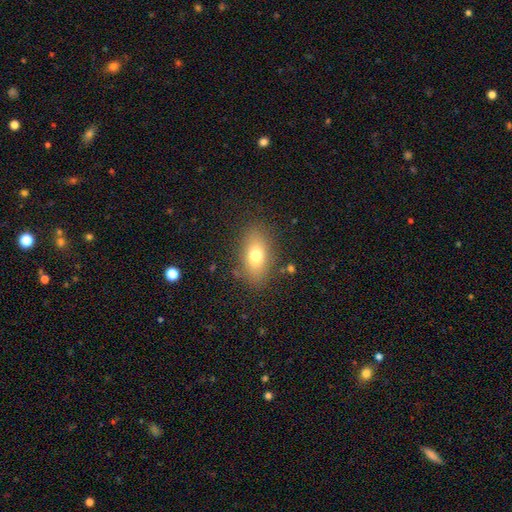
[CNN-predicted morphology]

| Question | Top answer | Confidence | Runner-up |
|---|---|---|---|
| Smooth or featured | smooth | 74% | featured or disk (17%) |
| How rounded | in between | 85% | round (9%) |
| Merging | none | 83% | minor disturbance (11%) |